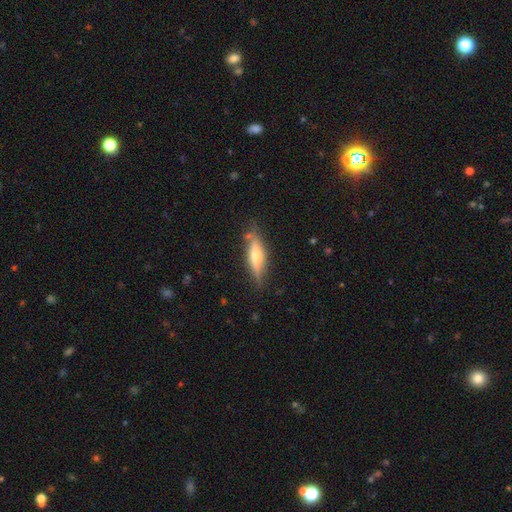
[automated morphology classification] smooth_or_featured: featured or disk (p=0.49) [alt: smooth p=0.44]
merging: none (p=0.76) [alt: minor disturbance p=0.17]